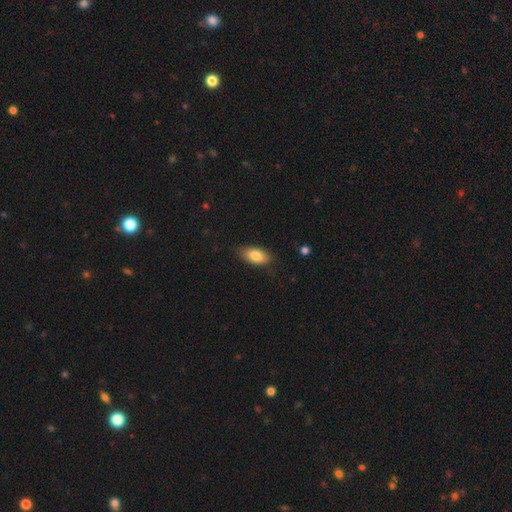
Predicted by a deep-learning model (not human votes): Smooth or featured?
  - smooth: 82% *
  - featured or disk: 11%
  - star or artifact: 7%
How rounded?
  - in between: 90% *
  - cigar-shaped: 6%
  - round: 5%
Merging?
  - none: 81% *
  - minor disturbance: 15%
  - major disturbance: 3%
  - merger: 1%